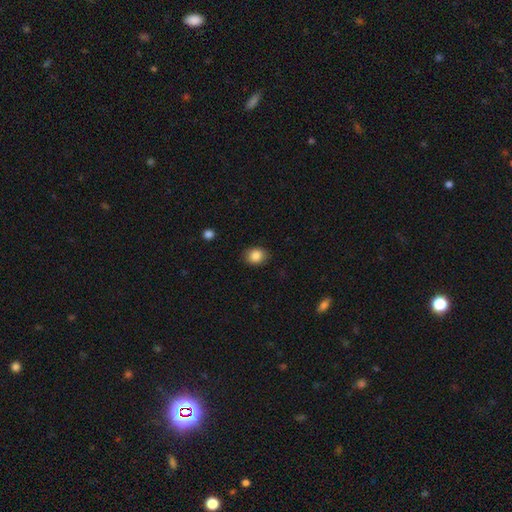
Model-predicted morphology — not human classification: Smooth or featured?
  - smooth: 86% *
  - star or artifact: 9%
  - featured or disk: 5%
How rounded?
  - round: 60% *
  - in between: 39%
  - cigar-shaped: 1%
Merging?
  - none: 87% *
  - minor disturbance: 10%
  - major disturbance: 2%
  - merger: 1%